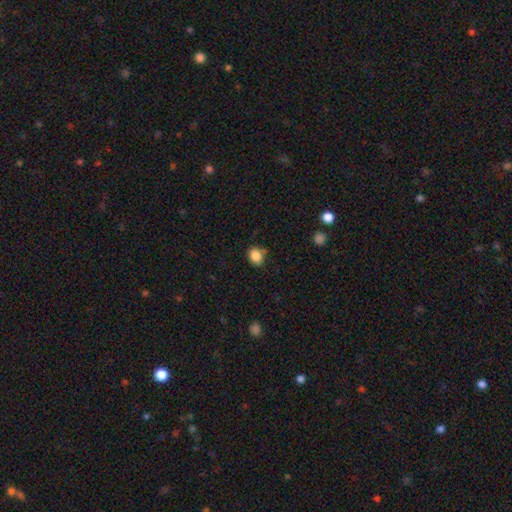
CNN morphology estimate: This is clearly a smooth galaxy (86%). How rounded: possibly in between (50%). Merging: likely none (74%).